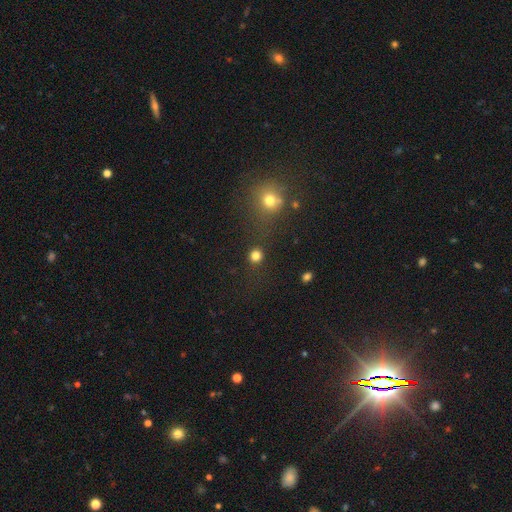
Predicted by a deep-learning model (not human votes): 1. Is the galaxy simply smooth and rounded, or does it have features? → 80% smooth, 16% star or artifact, 5% featured or disk.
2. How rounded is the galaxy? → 91% round, 8% in between, 1% cigar-shaped.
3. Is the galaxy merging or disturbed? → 84% none, 7% minor disturbance, 5% merger, 4% major disturbance.